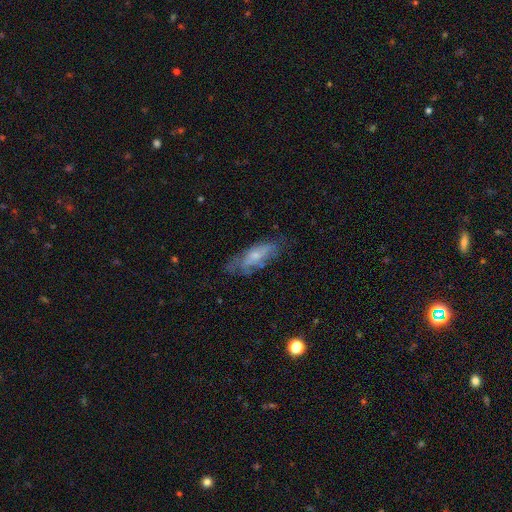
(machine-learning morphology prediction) Q: Smooth or featured?
A: featured or disk (49%); runner-up: smooth (43%)
Q: Merging?
A: none (56%); runner-up: minor disturbance (28%)